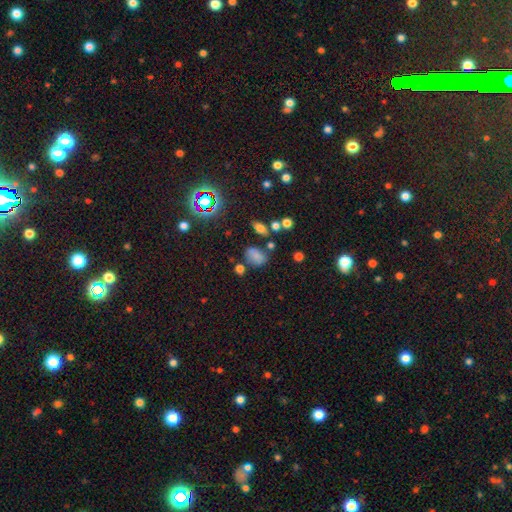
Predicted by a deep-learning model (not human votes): A smooth galaxy with no disk features (67%) that is in between round and cigar-shaped (72%). Merging: none (60%).